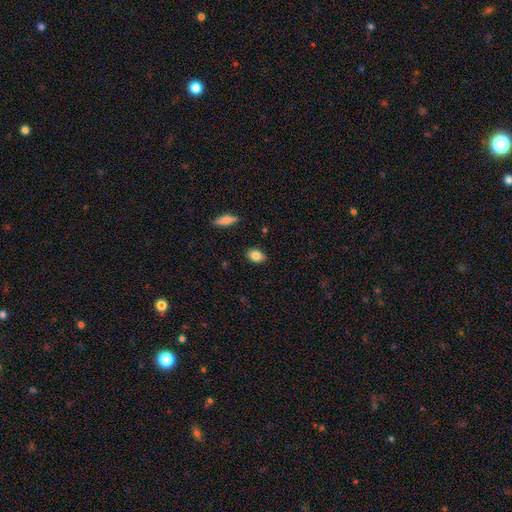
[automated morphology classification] Smooth or featured: smooth — 83% (featured or disk — 9%)
How rounded: in between — 80% (round — 18%)
Merging: none — 88% (minor disturbance — 9%)